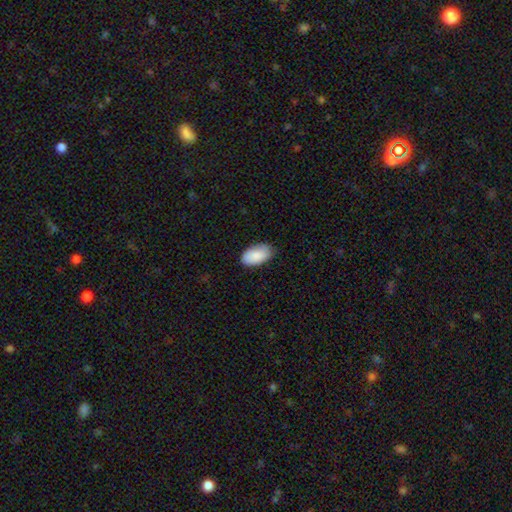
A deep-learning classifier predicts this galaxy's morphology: Smooth or featured? smooth (89%)
How rounded? in between (95%)
Merging? none (82%)